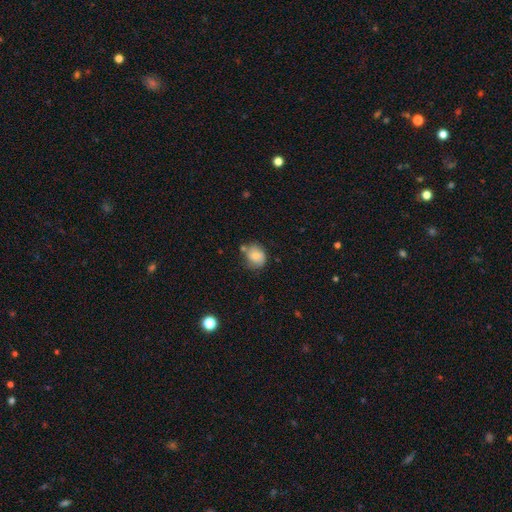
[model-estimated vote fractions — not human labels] smooth-or-featured: smooth: 77% | featured or disk: 14% | star or artifact: 9%
  how-rounded: round: 66% | in between: 33% | cigar-shaped: 1%
  merging: none: 59% | minor disturbance: 25% | merger: 10% | major disturbance: 6%